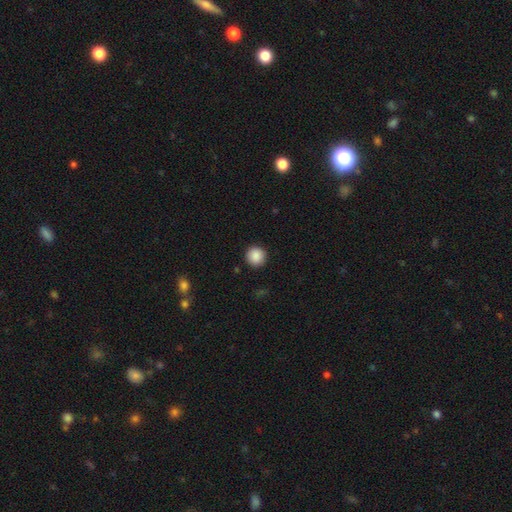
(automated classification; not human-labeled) Morphology: type=smooth (89%); roundness=round (95%); merging=none (92%).